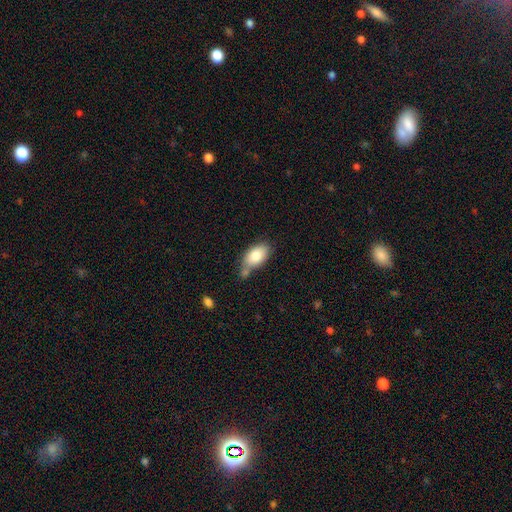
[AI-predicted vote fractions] Smooth or featured: smooth — 82% (featured or disk — 11%)
How rounded: in between — 92% (round — 5%)
Merging: none — 50% (merger — 23%)